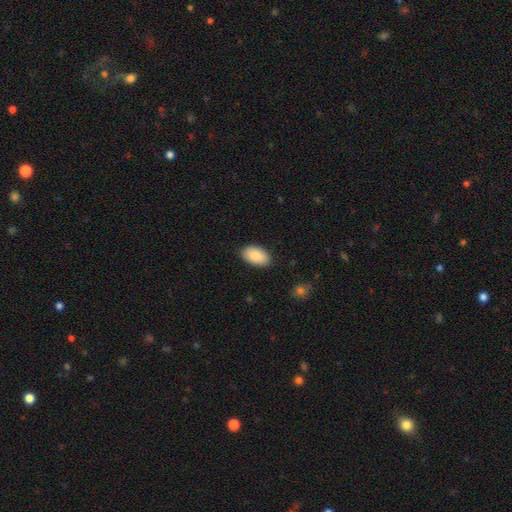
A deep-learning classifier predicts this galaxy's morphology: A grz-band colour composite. It shows a smooth galaxy with no disk features (89%) that is in between round and cigar-shaped (94%). Merging: none (88%).